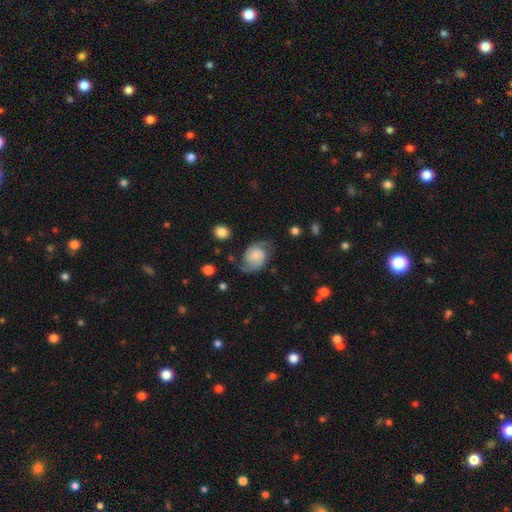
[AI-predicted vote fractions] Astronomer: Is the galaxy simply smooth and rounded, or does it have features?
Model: featured or disk — 62%.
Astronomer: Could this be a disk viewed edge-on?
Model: no — 97%.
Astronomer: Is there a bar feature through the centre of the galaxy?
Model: no — 68%.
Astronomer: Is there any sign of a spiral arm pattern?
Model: yes — 92%.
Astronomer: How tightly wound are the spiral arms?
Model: medium — 45% (runner-up: loose, 33%).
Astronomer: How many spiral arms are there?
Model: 2 — 89%.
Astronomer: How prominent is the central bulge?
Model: none — 30% (runner-up: small, 28%).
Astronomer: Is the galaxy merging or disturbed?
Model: none — 64%.